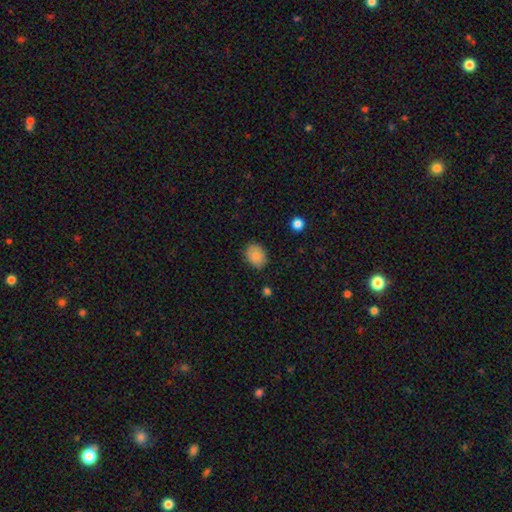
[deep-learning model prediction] Smooth or featured? Predicted: smooth (p=0.85). How rounded? Predicted: in between (p=0.56). Merging? Predicted: none (p=0.83).